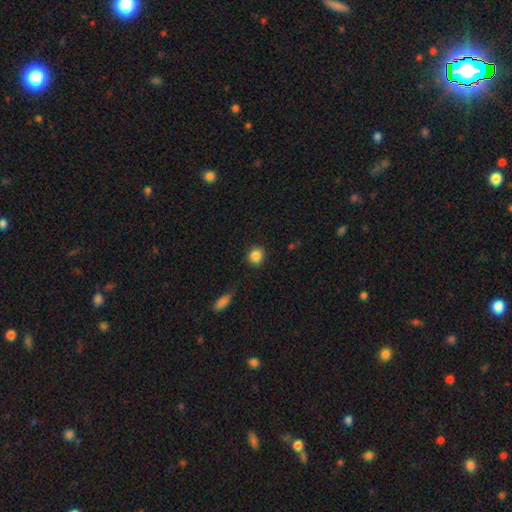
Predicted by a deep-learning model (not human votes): A smooth galaxy with no disk features (86%) that is round (90%).

Vote fractions:
- Smooth or featured? smooth: 86% / star or artifact: 10% / featured or disk: 4%
- How rounded? round: 90% / in between: 9% / cigar-shaped: 1%
- Merging? none: 90% / minor disturbance: 7% / major disturbance: 2% / merger: 1%